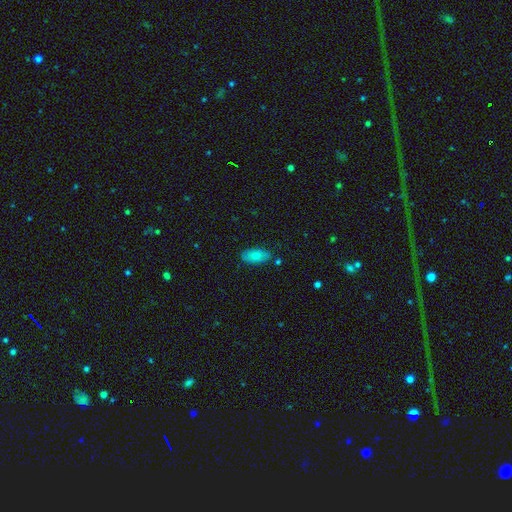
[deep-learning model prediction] Smooth or featured: smooth — 74% (featured or disk — 19%)
How rounded: in between — 91% (cigar-shaped — 6%)
Merging: none — 81% (minor disturbance — 14%)